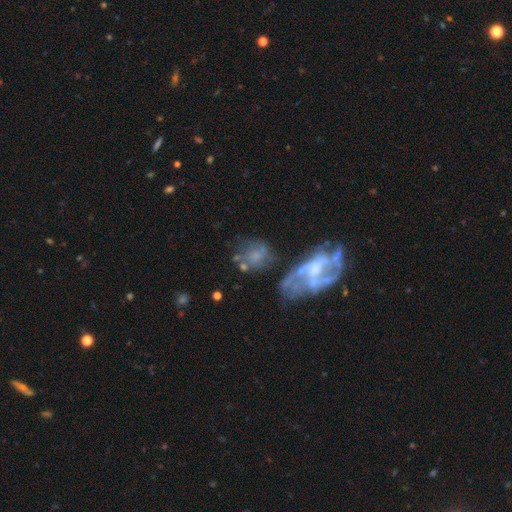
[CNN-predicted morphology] smooth-or-featured: featured or disk: 47% | smooth: 41% | star or artifact: 12%
  merging: none: 46% | minor disturbance: 20% | major disturbance: 18% | merger: 16%